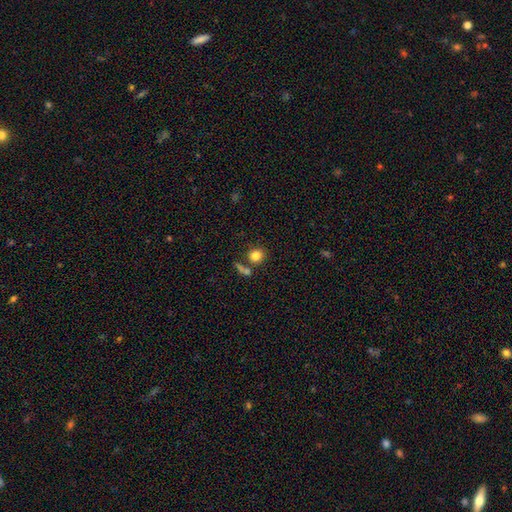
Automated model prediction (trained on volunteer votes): A smooth galaxy with no disk features (82%) that is round (86%).

Vote fractions:
- Smooth or featured? smooth: 82% / star or artifact: 11% / featured or disk: 7%
- How rounded? round: 86% / in between: 13% / cigar-shaped: 1%
- Merging? none: 70% / merger: 17% / minor disturbance: 9% / major disturbance: 4%